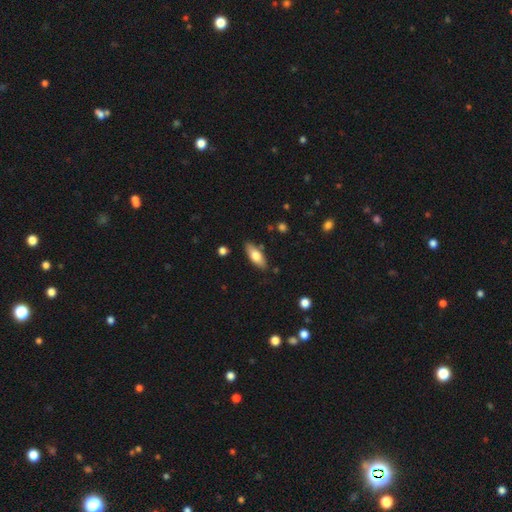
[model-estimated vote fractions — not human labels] Morphology: type=smooth (72%); roundness=in between (75%); merging=none (84%).